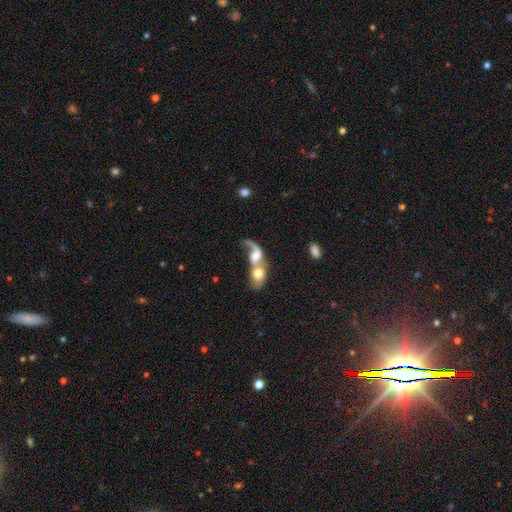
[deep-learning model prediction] Smooth or featured: featured or disk — 49% (smooth — 42%)
Merging: merger — 80% (major disturbance — 9%)